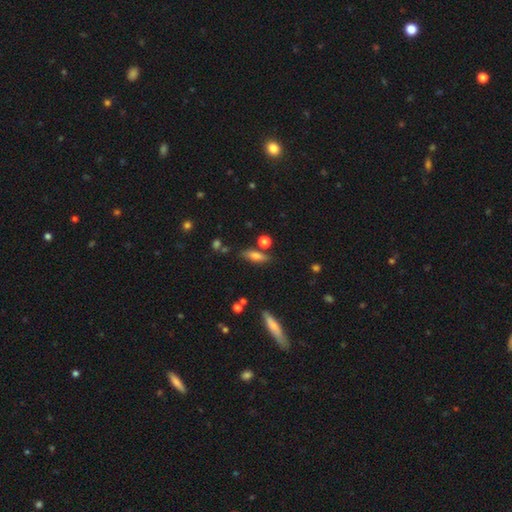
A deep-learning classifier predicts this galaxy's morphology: Q: Smooth or featured?
A: smooth (67%); runner-up: featured or disk (23%)
Q: How rounded?
A: in between (51%); runner-up: cigar-shaped (45%)
Q: Merging?
A: none (74%); runner-up: minor disturbance (14%)